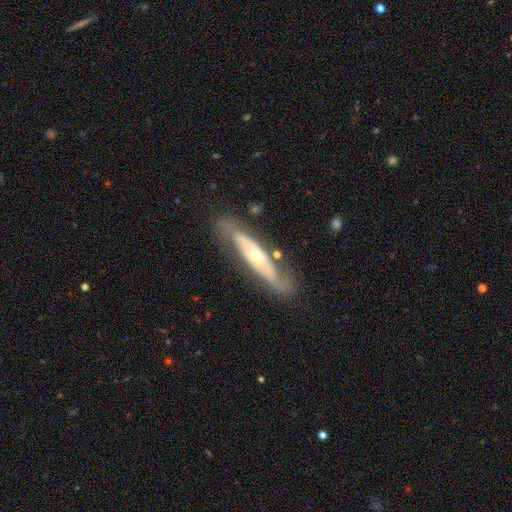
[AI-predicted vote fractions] Smooth or featured: featured or disk — 74% (smooth — 21%)
Edge-on disk: no — 64% (yes — 36%)
Merging: none — 74% (minor disturbance — 17%)